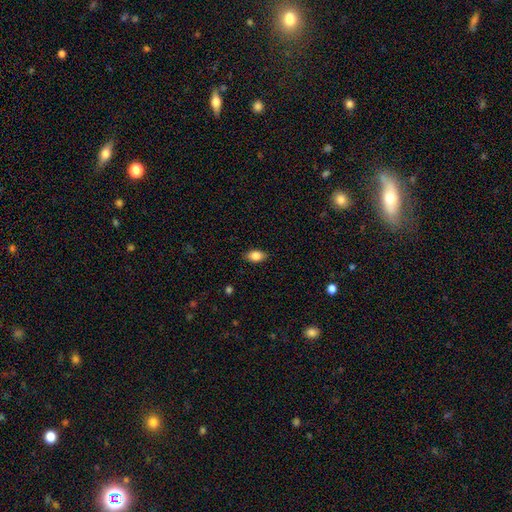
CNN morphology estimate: The model was most divided on "merging": none: 86%, minor disturbance: 10%, major disturbance: 2%, merger: 1%. More confident: how rounded — in between (89%); smooth or featured — smooth (85%).